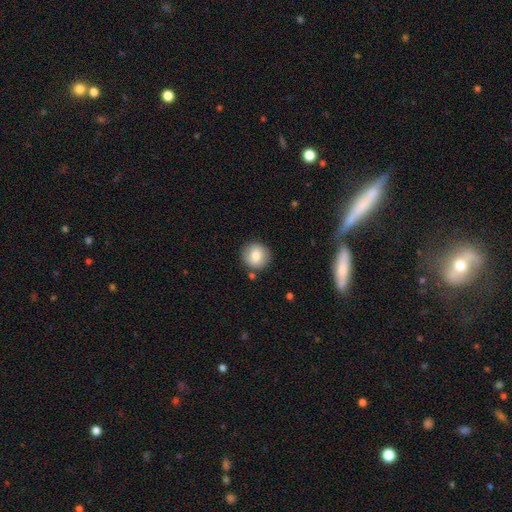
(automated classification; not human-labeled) smooth_or_featured: smooth (p=0.81) [alt: featured or disk p=0.11]
how_rounded: round (p=0.91) [alt: in between p=0.08]
merging: none (p=0.86) [alt: minor disturbance p=0.08]